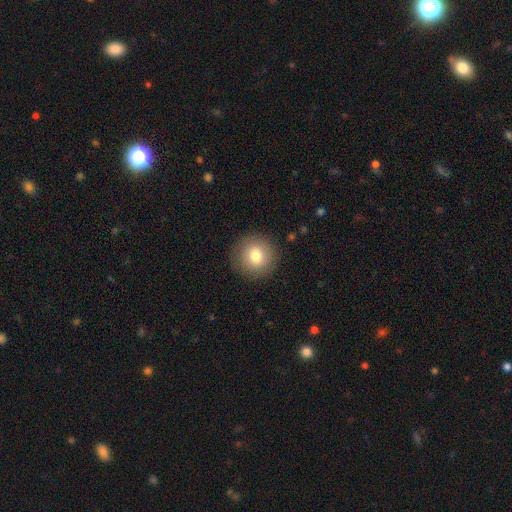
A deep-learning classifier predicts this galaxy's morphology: Smooth or featured?
  - smooth: 78% *
  - featured or disk: 13%
  - star or artifact: 9%
How rounded?
  - round: 93% *
  - in between: 6%
  - cigar-shaped: 1%
Merging?
  - none: 89% *
  - minor disturbance: 7%
  - major disturbance: 3%
  - merger: 1%